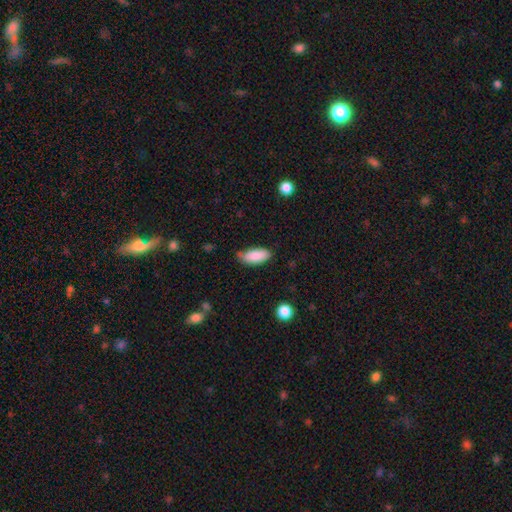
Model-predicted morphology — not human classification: Overall: smooth (87%). How rounded: in between (87%). Merging: none (63%; minor disturbance 29%).